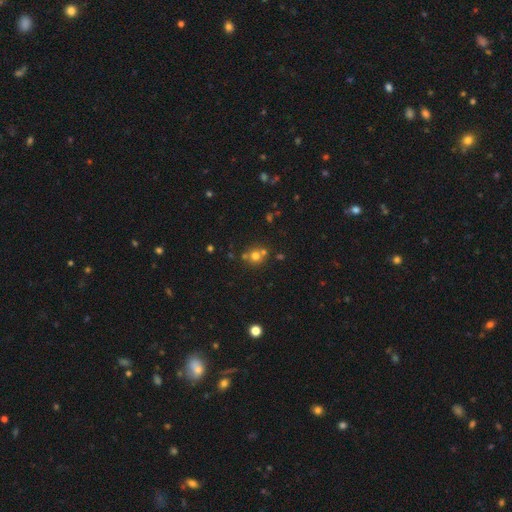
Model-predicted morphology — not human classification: This appears to be a smooth galaxy with no disk features (66%) that is round (87%). Merging: none (60%).